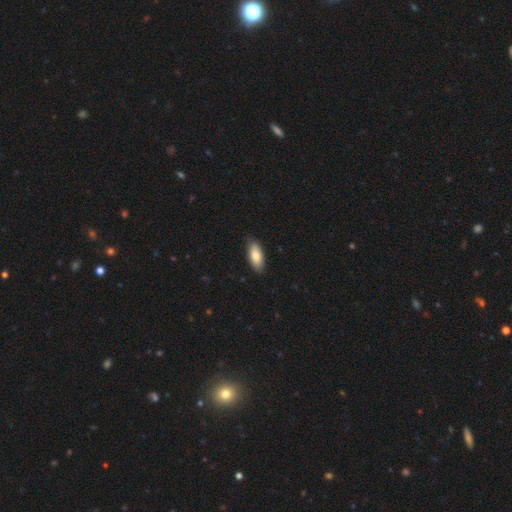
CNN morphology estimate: Smooth or featured? smooth (83%)
How rounded? in between (85%)
Merging? none (85%)